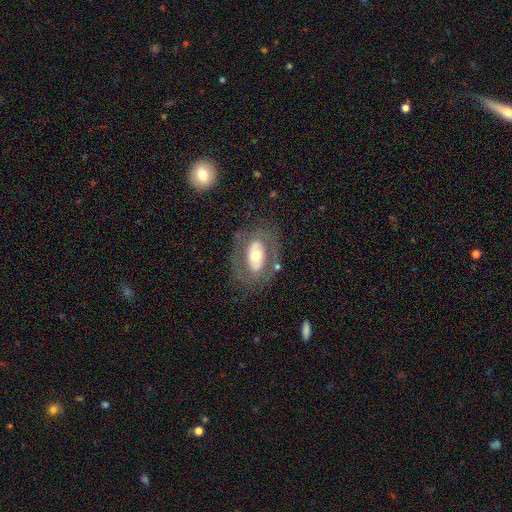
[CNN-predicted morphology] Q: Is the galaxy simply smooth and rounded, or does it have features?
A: featured or disk — 64%.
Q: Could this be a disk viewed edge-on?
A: no — 92%.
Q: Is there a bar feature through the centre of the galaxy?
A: no — 61%.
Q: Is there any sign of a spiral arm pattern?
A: no — 66%.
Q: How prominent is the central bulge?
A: moderate — 65%.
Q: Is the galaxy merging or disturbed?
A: none — 71%.